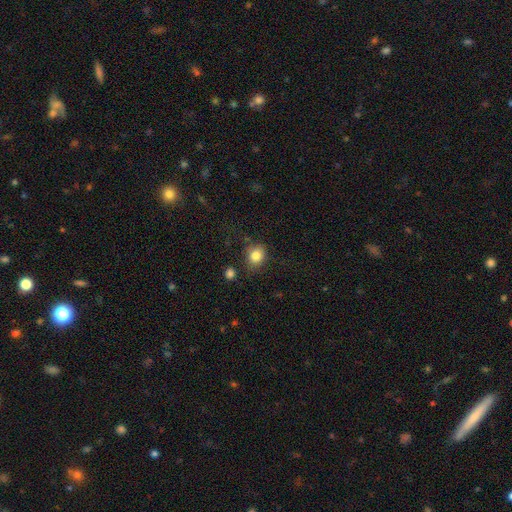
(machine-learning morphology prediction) Q: Smooth or featured?
A: smooth (83%); runner-up: star or artifact (10%)
Q: How rounded?
A: round (64%); runner-up: in between (35%)
Q: Merging?
A: none (76%); runner-up: minor disturbance (15%)